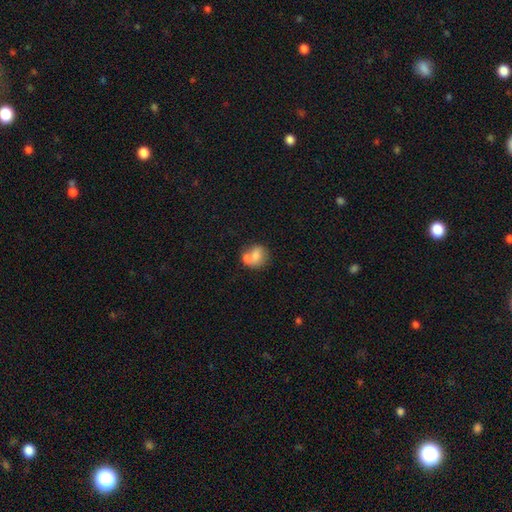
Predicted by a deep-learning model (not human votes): smooth_or_featured: smooth (p=0.72) [alt: featured or disk p=0.20]
how_rounded: round (p=0.64) [alt: in between p=0.34]
merging: merger (p=0.47) [alt: none p=0.35]